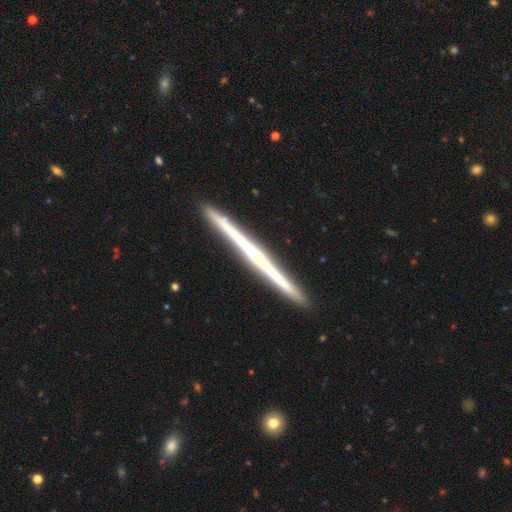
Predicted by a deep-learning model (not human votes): This is likely a featured or disk galaxy (71%). It is clearly viewed edge-on (98%). Edge-on bulge: clearly none (82%). Merging: clearly none (91%).